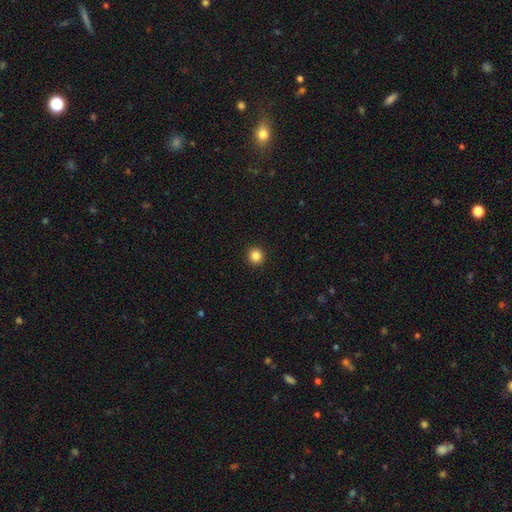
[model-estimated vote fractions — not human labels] Smooth or featured?
  - smooth: 85% *
  - star or artifact: 11%
  - featured or disk: 4%
How rounded?
  - round: 95% *
  - in between: 4%
  - cigar-shaped: 1%
Merging?
  - none: 94% *
  - minor disturbance: 4%
  - major disturbance: 1%
  - merger: 1%